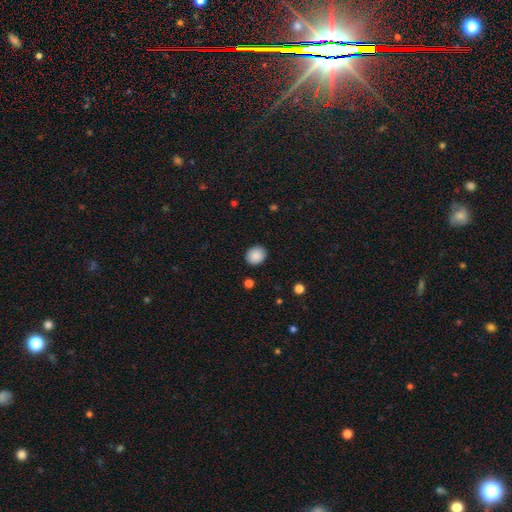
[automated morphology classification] Q: Smooth or featured?
A: smooth (89%); runner-up: star or artifact (8%)
Q: How rounded?
A: round (66%); runner-up: in between (33%)
Q: Merging?
A: none (90%); runner-up: minor disturbance (7%)